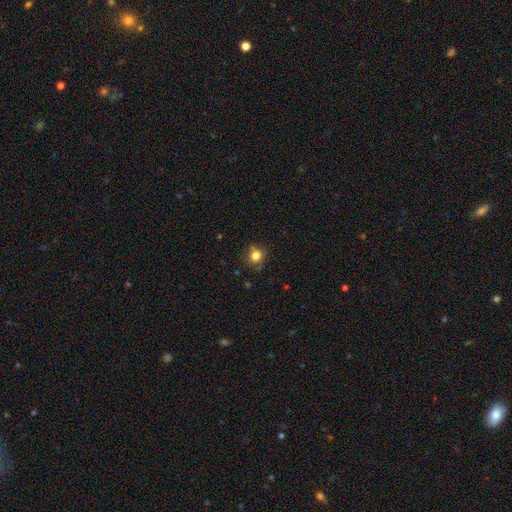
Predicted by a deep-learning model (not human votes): smooth_or_featured: smooth (p=0.82) [alt: star or artifact p=0.12]
how_rounded: round (p=0.85) [alt: in between p=0.14]
merging: none (p=0.83) [alt: minor disturbance p=0.12]